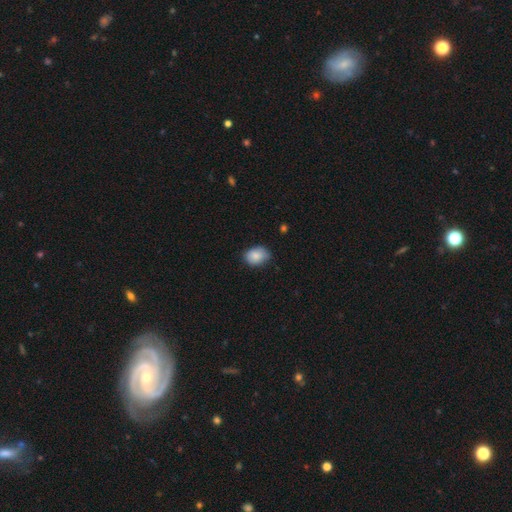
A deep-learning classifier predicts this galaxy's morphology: Smooth or featured? Predicted: smooth (p=0.86). How rounded? Predicted: in between (p=0.68). Merging? Predicted: none (p=0.72).